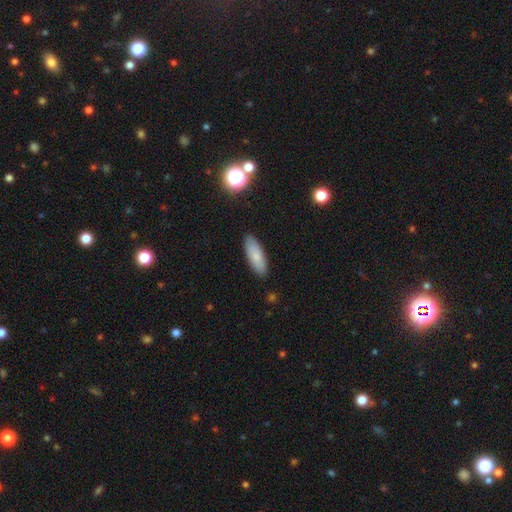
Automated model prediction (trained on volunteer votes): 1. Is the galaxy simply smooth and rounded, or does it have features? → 81% smooth, 13% featured or disk, 7% star or artifact.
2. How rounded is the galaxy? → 64% in between, 34% cigar-shaped, 2% round.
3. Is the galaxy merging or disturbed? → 88% none, 9% minor disturbance, 2% major disturbance, 1% merger.